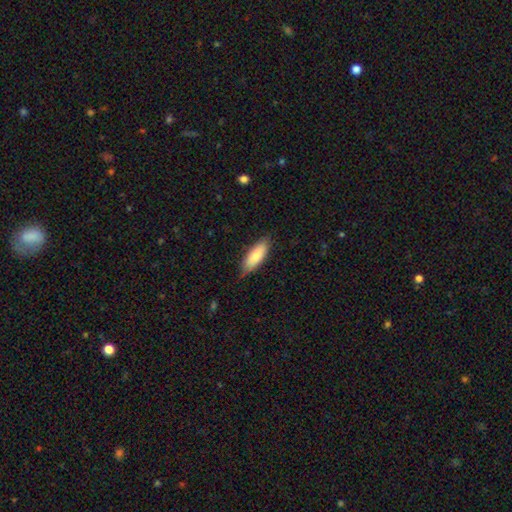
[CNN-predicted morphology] smooth-or-featured: smooth: 80% | featured or disk: 15% | star or artifact: 6%
  how-rounded: in between: 69% | cigar-shaped: 29% | round: 2%
  merging: none: 78% | minor disturbance: 19% | major disturbance: 3% | merger: 1%